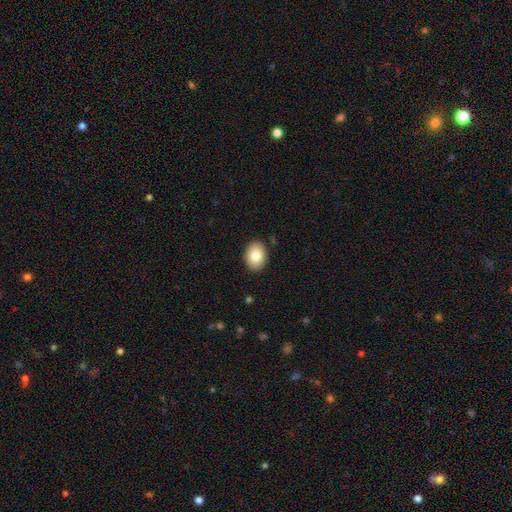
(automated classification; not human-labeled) smooth 81%, featured or disk 11%, star or artifact 8%. Down the decision tree: how rounded — in between (69%); merging — none (89%).